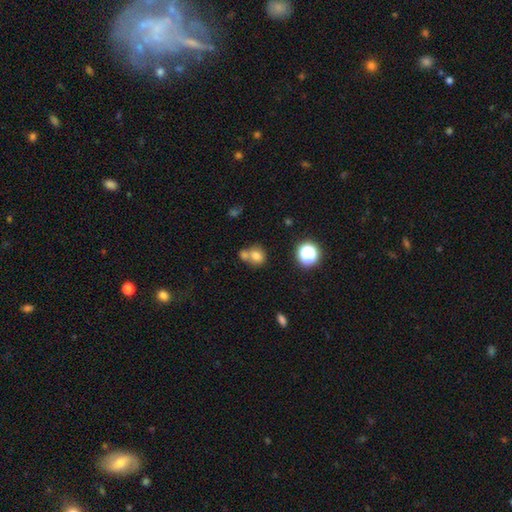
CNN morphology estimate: type=smooth (74%); roundness=round (72%); merging=none (45%).